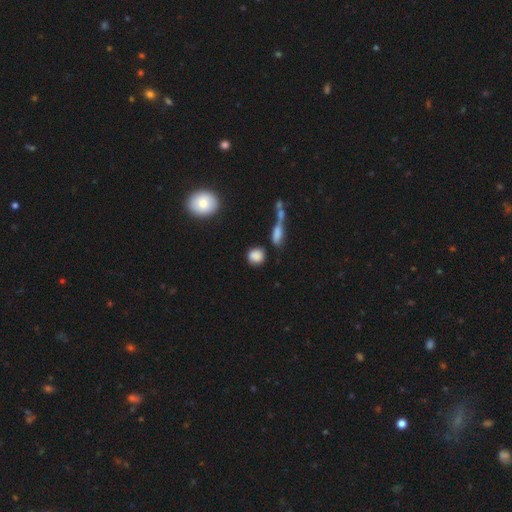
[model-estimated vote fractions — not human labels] Overall: smooth (84%). How rounded: round (71%). Merging: none (70%).